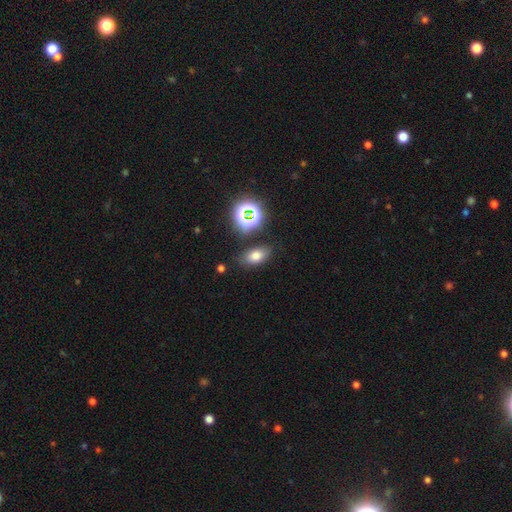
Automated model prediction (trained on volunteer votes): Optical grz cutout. It shows a smooth galaxy with no disk features (71%) that is in between round and cigar-shaped (84%). Merging: none (78%).